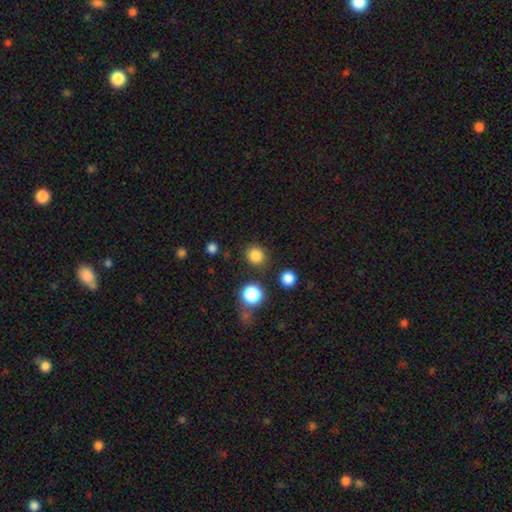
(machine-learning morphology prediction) type=smooth (83%); roundness=round (87%); merging=none (86%).